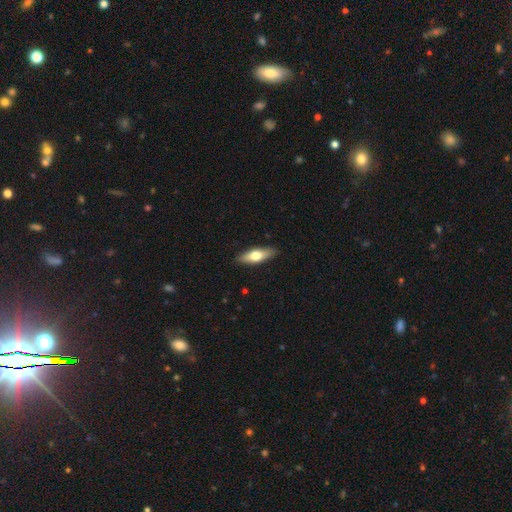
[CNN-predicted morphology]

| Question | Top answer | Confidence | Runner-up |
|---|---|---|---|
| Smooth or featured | smooth | 59% | featured or disk (35%) |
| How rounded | in between | 52% | cigar-shaped (45%) |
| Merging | none | 89% | minor disturbance (9%) |